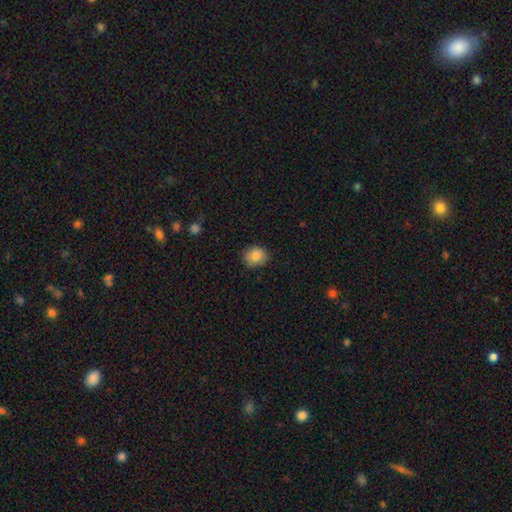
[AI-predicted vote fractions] Overall: smooth (84%). How rounded: round (57%; in between 42%). Merging: none (84%).